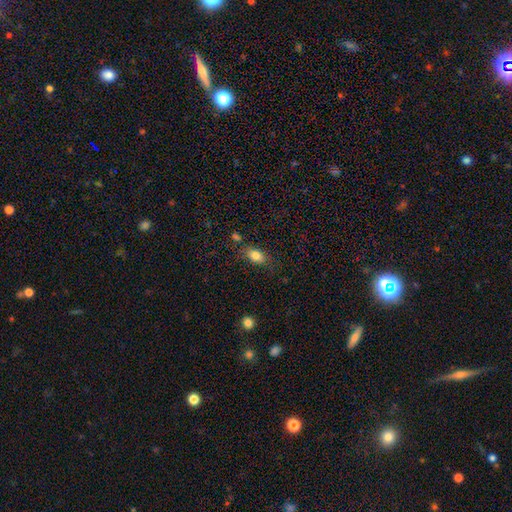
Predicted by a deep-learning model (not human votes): Smooth or featured? Predicted: smooth (p=0.82). How rounded? Predicted: in between (p=0.83). Merging? Predicted: none (p=0.72).